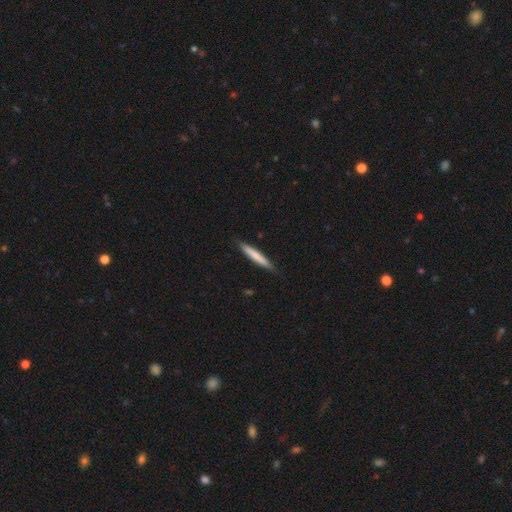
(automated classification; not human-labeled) smooth_or_featured: smooth (p=0.72) [alt: featured or disk p=0.23]
how_rounded: cigar-shaped (p=0.94) [alt: in between p=0.04]
merging: none (p=0.87) [alt: minor disturbance p=0.10]